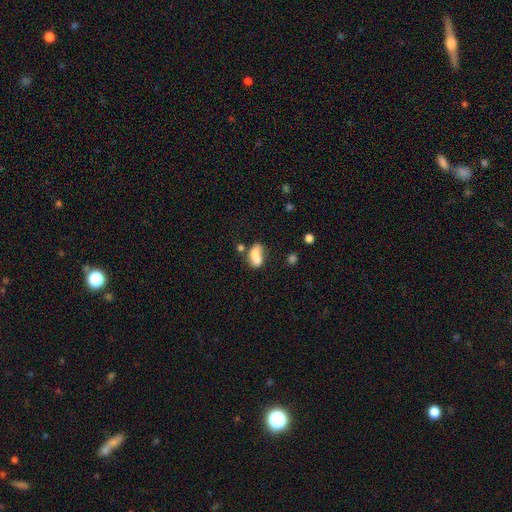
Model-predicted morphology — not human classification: Smooth or featured? Predicted: smooth (p=0.67). How rounded? Predicted: in between (p=0.76). Merging? Predicted: merger (p=0.60).